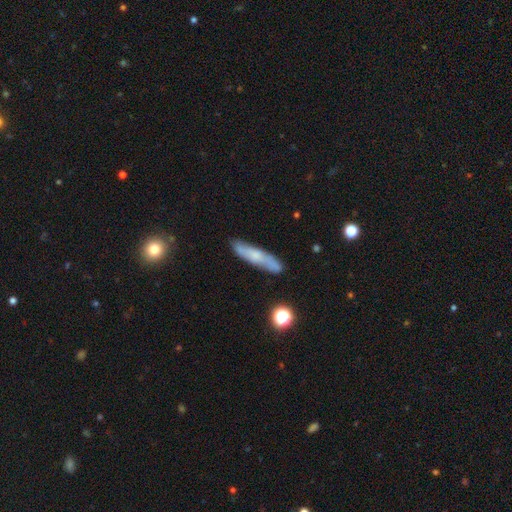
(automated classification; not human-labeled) smooth 50%, featured or disk 42%, star or artifact 8%. Down the decision tree: how rounded — cigar-shaped (86%); merging — none (82%).